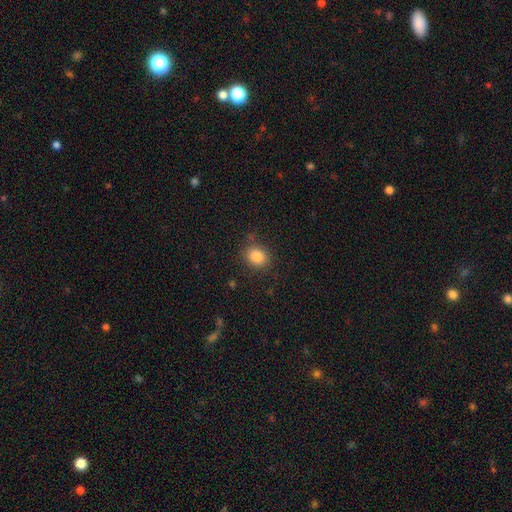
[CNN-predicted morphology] Smooth or featured?
  - smooth: 84% *
  - star or artifact: 11%
  - featured or disk: 6%
How rounded?
  - round: 61% *
  - in between: 38%
  - cigar-shaped: 1%
Merging?
  - none: 83% *
  - minor disturbance: 11%
  - major disturbance: 3%
  - merger: 2%